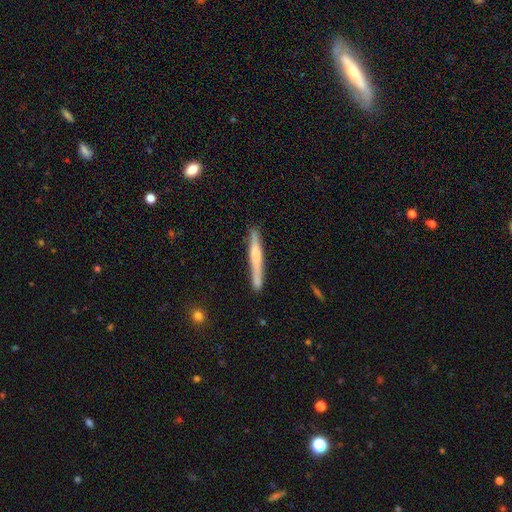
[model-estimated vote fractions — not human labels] smooth 52%, featured or disk 42%, star or artifact 6%. Down the decision tree: how rounded — cigar-shaped (96%); merging — none (82%).